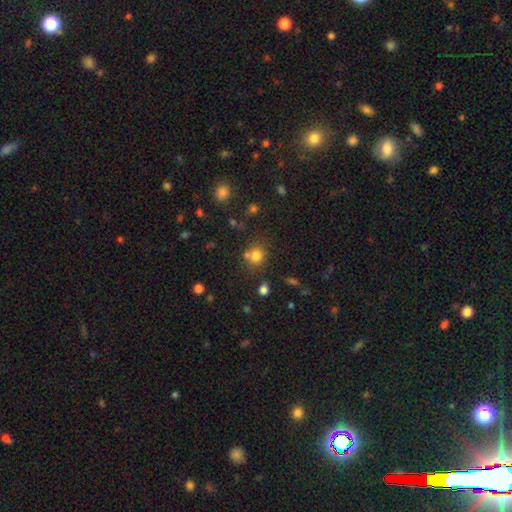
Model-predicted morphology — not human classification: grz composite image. It shows a smooth galaxy with no disk features (78%) that is round (82%). Merging: none (66%).